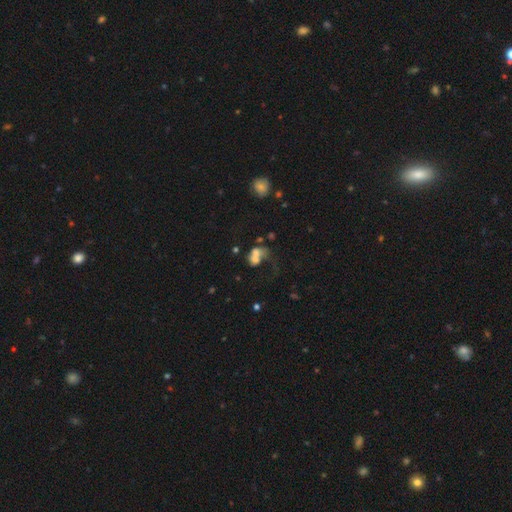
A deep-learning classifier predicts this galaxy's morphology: Smooth or featured?
  - smooth: 52% *
  - featured or disk: 33%
  - star or artifact: 15%
How rounded?
  - in between: 59% *
  - round: 39%
  - cigar-shaped: 2%
Merging?
  - merger: 57% *
  - major disturbance: 20%
  - none: 15%
  - minor disturbance: 8%